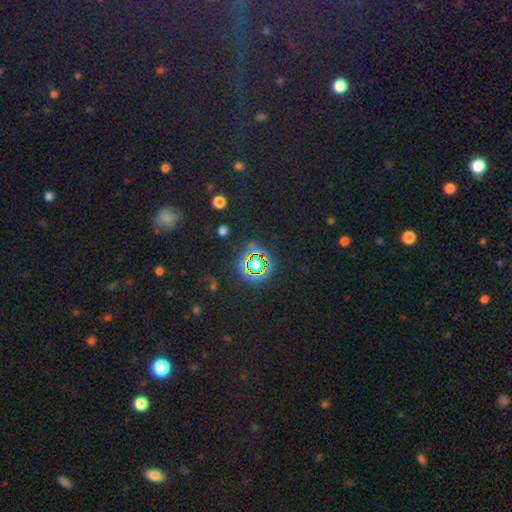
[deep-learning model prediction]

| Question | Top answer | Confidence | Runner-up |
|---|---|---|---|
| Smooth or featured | star or artifact | 73% | smooth (18%) |